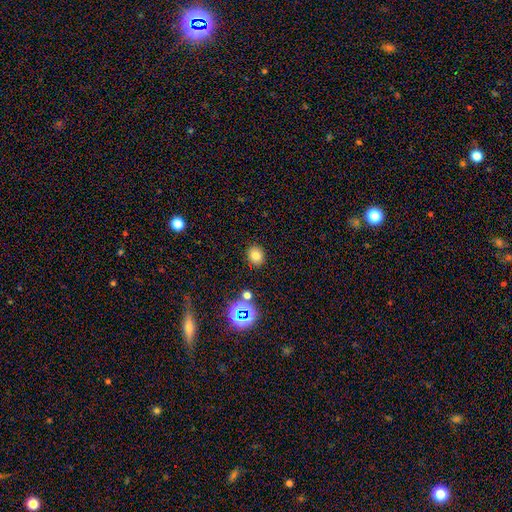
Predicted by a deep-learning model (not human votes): smooth_or_featured: smooth (p=0.75) [alt: star or artifact p=0.17]
how_rounded: round (p=0.68) [alt: in between p=0.31]
merging: none (p=0.87) [alt: minor disturbance p=0.08]